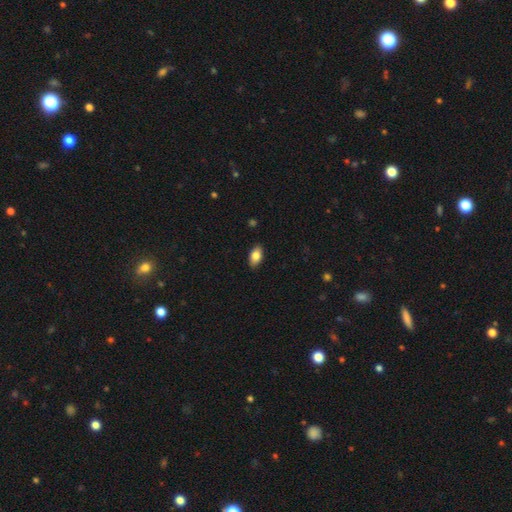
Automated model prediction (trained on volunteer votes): Smooth or featured?
  - smooth: 83% *
  - featured or disk: 10%
  - star or artifact: 7%
How rounded?
  - in between: 91% *
  - round: 5%
  - cigar-shaped: 4%
Merging?
  - none: 88% *
  - minor disturbance: 9%
  - major disturbance: 2%
  - merger: 1%